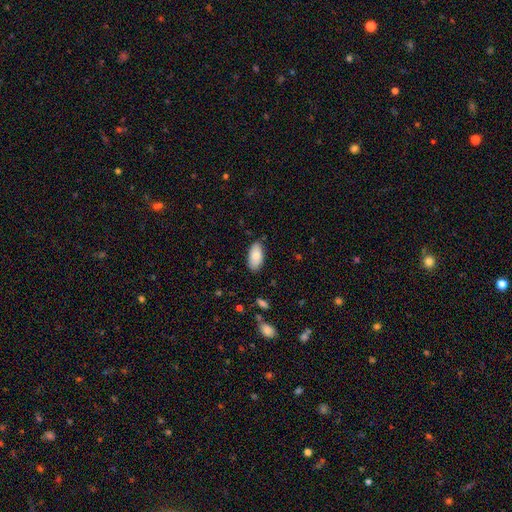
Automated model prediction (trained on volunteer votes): A smooth galaxy with no disk features (86%) that is in between round and cigar-shaped (93%).

Vote fractions:
- Smooth or featured? smooth: 86% / featured or disk: 8% / star or artifact: 6%
- How rounded? in between: 93% / cigar-shaped: 5% / round: 2%
- Merging? none: 83% / minor disturbance: 13% / major disturbance: 2% / merger: 1%